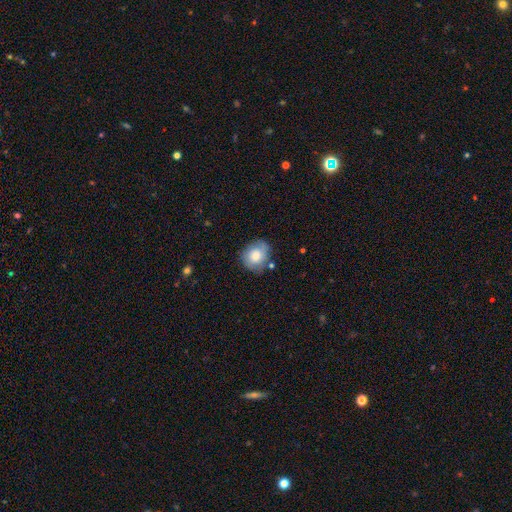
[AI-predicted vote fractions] Smooth or featured? Predicted: smooth (p=0.70). How rounded? Predicted: round (p=0.68). Merging? Predicted: none (p=0.66).